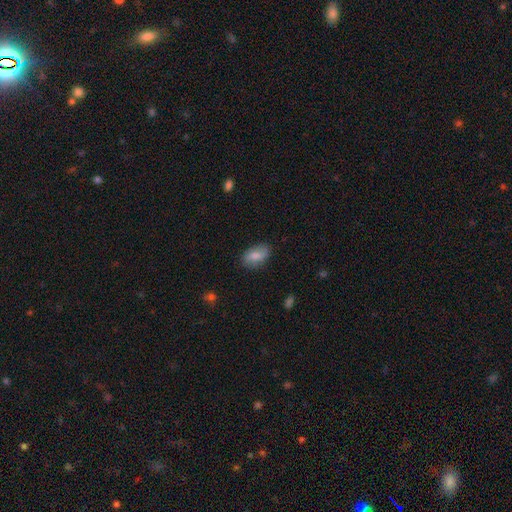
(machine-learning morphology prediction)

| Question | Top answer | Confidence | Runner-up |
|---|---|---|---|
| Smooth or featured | smooth | 72% | featured or disk (21%) |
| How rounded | in between | 90% | round (7%) |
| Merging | none | 79% | minor disturbance (16%) |